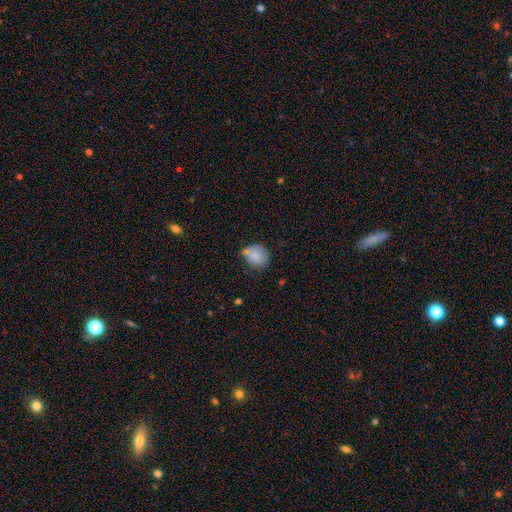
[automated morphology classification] type=smooth (83%); roundness=round (75%); merging=none (59%).